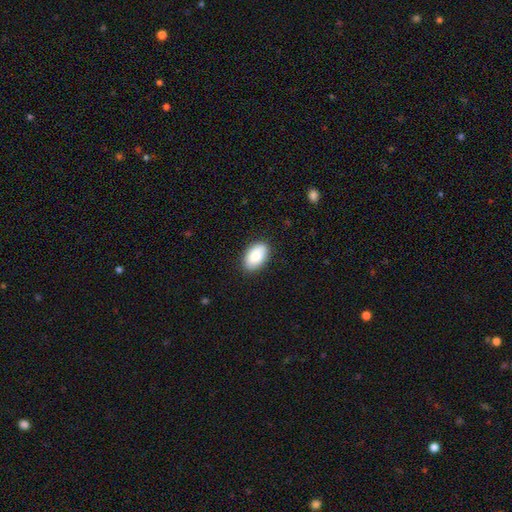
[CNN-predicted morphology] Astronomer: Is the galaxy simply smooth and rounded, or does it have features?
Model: smooth — 89%.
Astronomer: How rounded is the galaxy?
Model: in between — 93%.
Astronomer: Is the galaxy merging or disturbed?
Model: none — 87%.